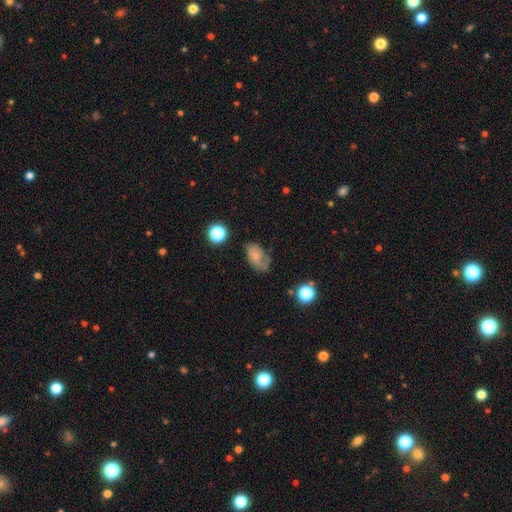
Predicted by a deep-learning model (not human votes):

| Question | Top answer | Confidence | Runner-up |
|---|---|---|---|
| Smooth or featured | smooth | 56% | featured or disk (33%) |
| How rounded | in between | 87% | round (12%) |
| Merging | none | 54% | minor disturbance (30%) |